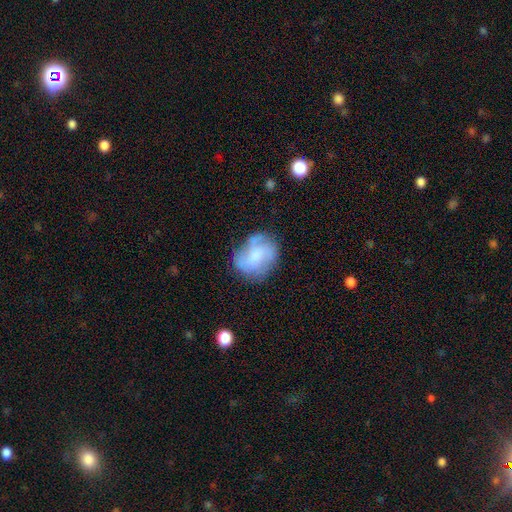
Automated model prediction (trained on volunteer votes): A featured or disk galaxy (46%, tied with smooth). Merging: none (57%).